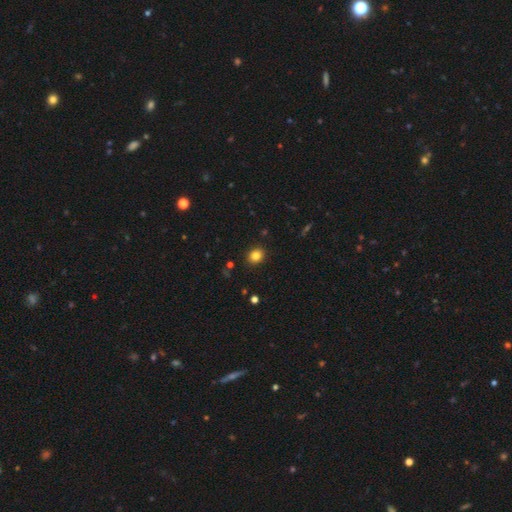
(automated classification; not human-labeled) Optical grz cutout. It shows a smooth galaxy with no disk features (83%) that is round (68%). Merging: none (90%).